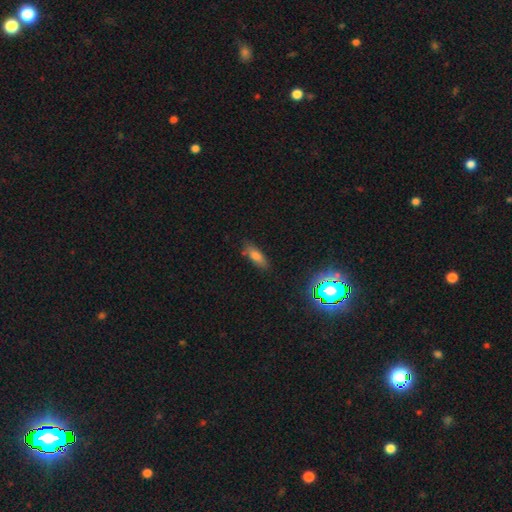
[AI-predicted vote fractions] This appears to be a smooth galaxy with no disk features (69%) that is in between round and cigar-shaped (65%). Merging: none (78%).